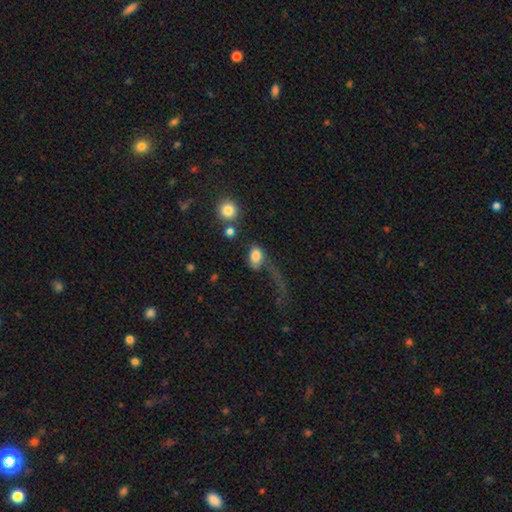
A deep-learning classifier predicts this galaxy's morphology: Smooth or featured? smooth (81%)
How rounded? in between (80%)
Merging? major disturbance (36%)